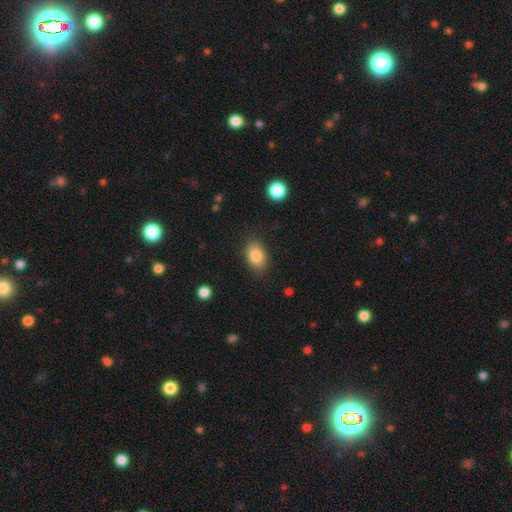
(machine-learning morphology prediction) type=smooth (84%); roundness=in between (86%); merging=none (84%).